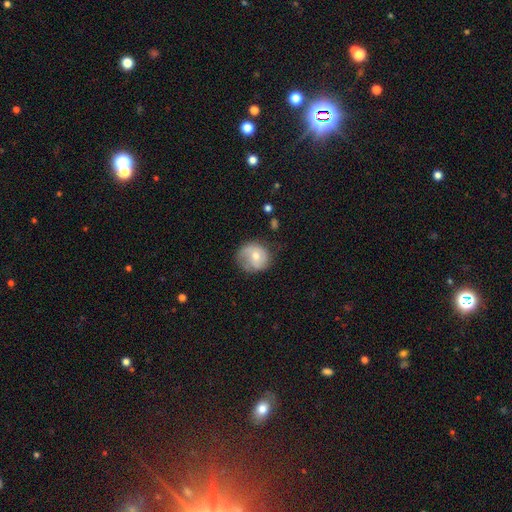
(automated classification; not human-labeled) Overall: smooth (50%; featured or disk 43%). Merging: none (62%; minor disturbance 26%).